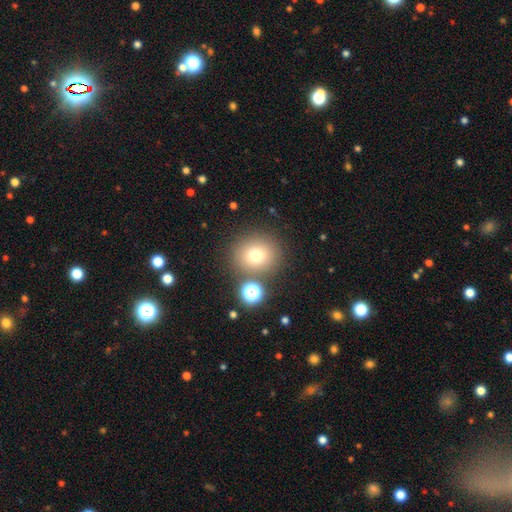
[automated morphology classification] smooth-or-featured: smooth: 74% | star or artifact: 15% | featured or disk: 11%
  how-rounded: round: 84% | in between: 15% | cigar-shaped: 1%
  merging: none: 79% | minor disturbance: 9% | merger: 9% | major disturbance: 4%